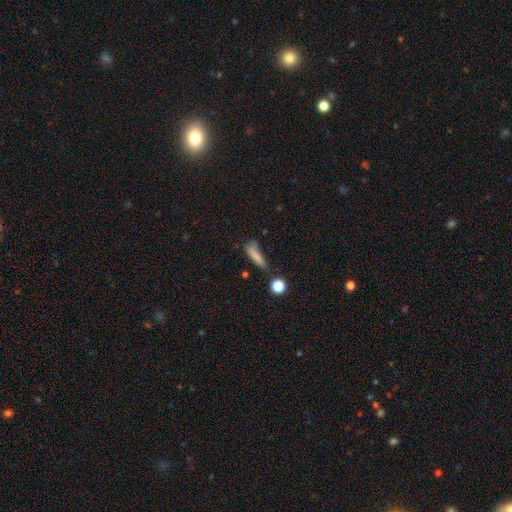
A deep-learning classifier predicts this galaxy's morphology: This is likely a smooth galaxy (77%). How rounded: likely cigar-shaped (69%). Merging: possibly none (45%).